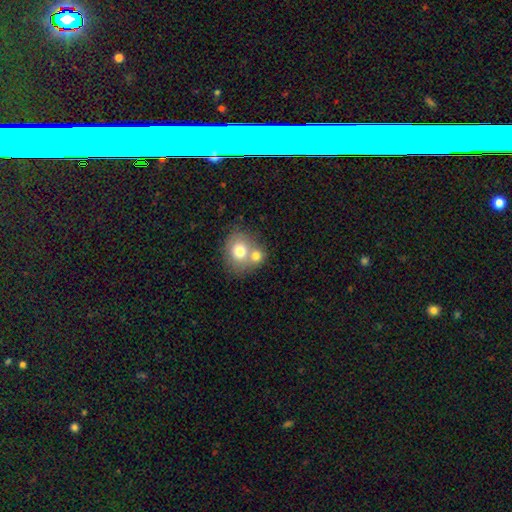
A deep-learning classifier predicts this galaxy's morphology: Smooth or featured?
  - smooth: 72% *
  - featured or disk: 20%
  - star or artifact: 9%
How rounded?
  - round: 69% *
  - in between: 30%
  - cigar-shaped: 1%
Merging?
  - merger: 57% *
  - none: 33%
  - minor disturbance: 8%
  - major disturbance: 3%